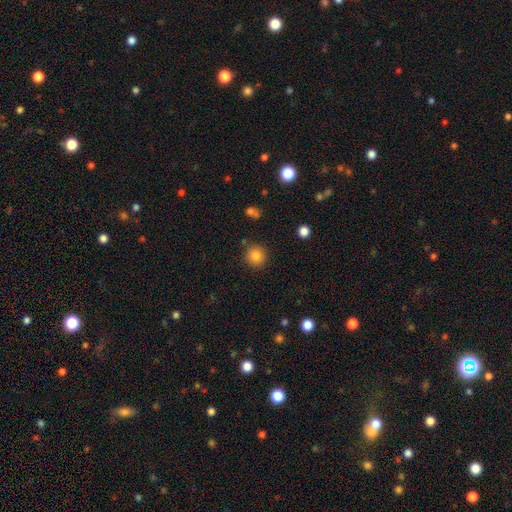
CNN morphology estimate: Overall: smooth (84%). How rounded: round (94%). Merging: none (88%).